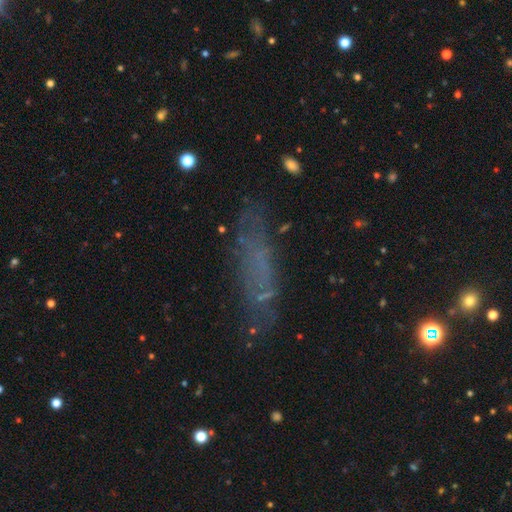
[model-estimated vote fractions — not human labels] Overall: smooth (47%; featured or disk 36%). Merging: none (63%).